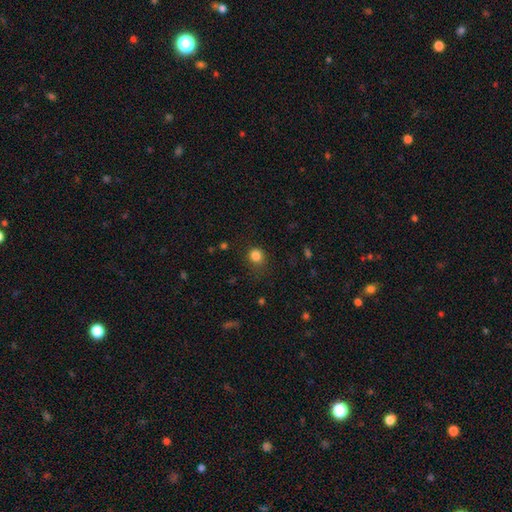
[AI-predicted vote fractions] A smooth galaxy with no disk features (83%) that is round (80%). Merging: none (73%).